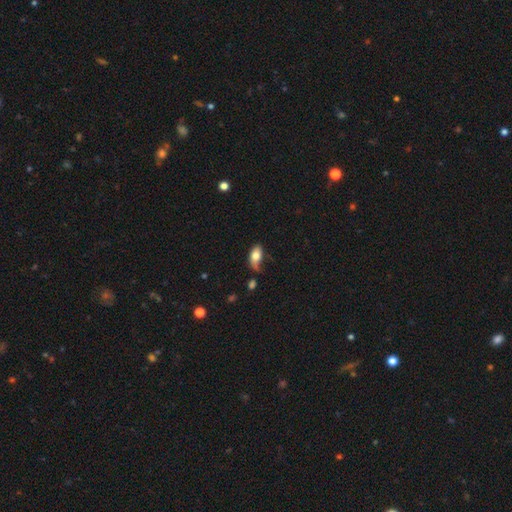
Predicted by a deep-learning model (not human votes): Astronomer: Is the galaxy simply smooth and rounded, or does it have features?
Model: smooth — 75%.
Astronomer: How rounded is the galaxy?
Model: in between — 89%.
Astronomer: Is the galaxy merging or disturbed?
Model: none — 39% (runner-up: minor disturbance, 37%).